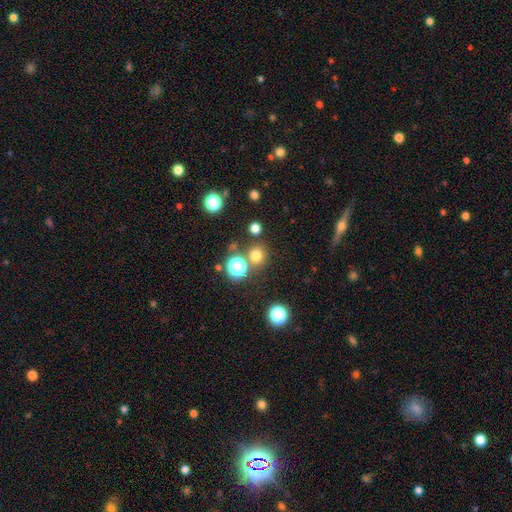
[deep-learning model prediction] Smooth or featured? Predicted: smooth (p=0.71). How rounded? Predicted: round (p=0.89). Merging? Predicted: none (p=0.75).